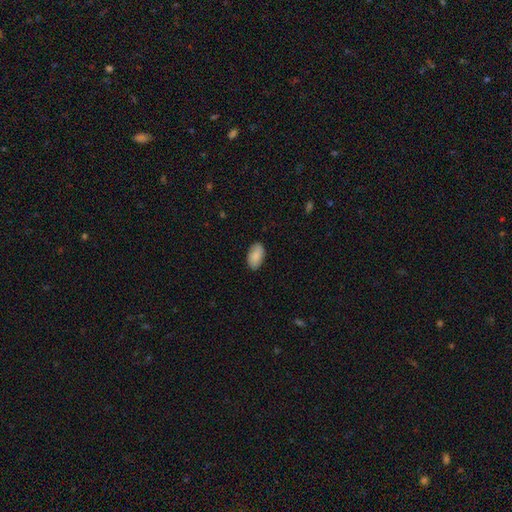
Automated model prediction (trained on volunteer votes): Smooth or featured? Predicted: smooth (p=0.87). How rounded? Predicted: in between (p=0.95). Merging? Predicted: none (p=0.86).